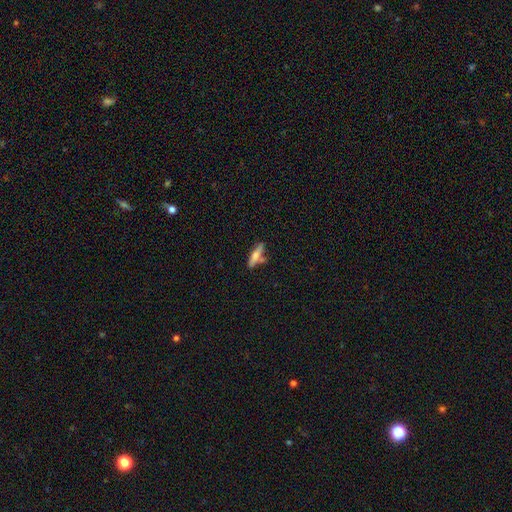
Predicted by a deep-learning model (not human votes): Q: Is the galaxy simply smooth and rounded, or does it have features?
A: smooth — 60%.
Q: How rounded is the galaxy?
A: cigar-shaped — 72%.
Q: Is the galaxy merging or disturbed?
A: none — 65%.